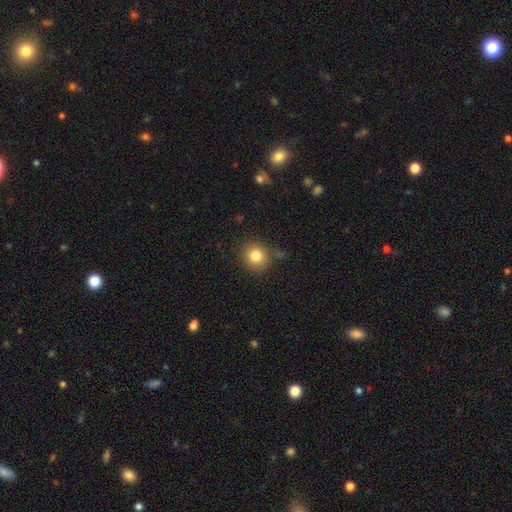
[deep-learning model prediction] The model was most divided on "smooth or featured": smooth: 82%, star or artifact: 11%, featured or disk: 7%. More confident: how rounded — round (89%); merging — none (83%).